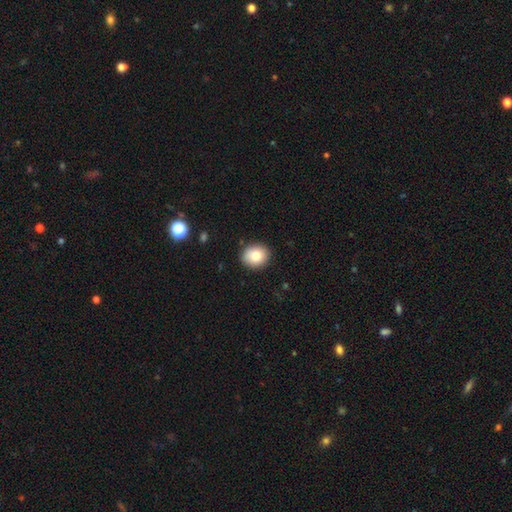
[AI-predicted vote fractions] smooth_or_featured: smooth (p=0.80) [alt: featured or disk p=0.11]
how_rounded: round (p=0.66) [alt: in between p=0.33]
merging: none (p=0.88) [alt: minor disturbance p=0.08]